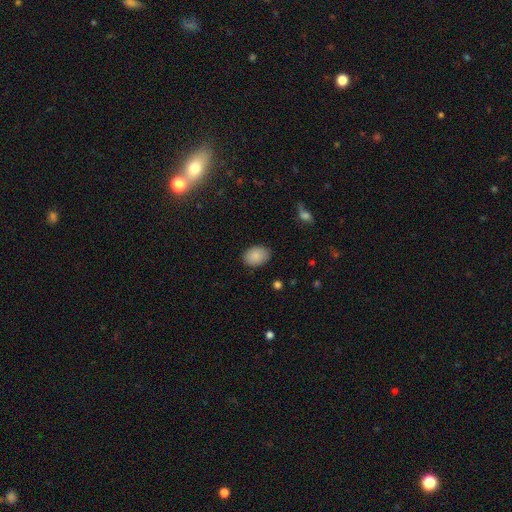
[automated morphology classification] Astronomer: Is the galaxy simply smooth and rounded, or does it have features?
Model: smooth — 87%.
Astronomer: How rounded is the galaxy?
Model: in between — 72%.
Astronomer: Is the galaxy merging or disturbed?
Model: none — 87%.